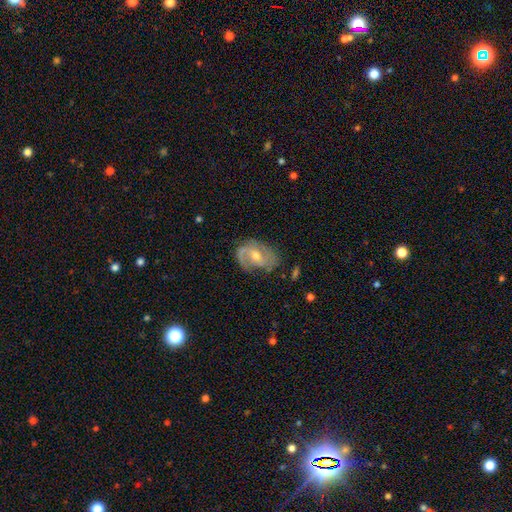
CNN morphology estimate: This appears to be a featured or disk galaxy (80%) with a weak bar (46%), 2 (70%) medium (47%) spiral arms (91%) and a moderate central bulge (60%). Merging: none (67%).